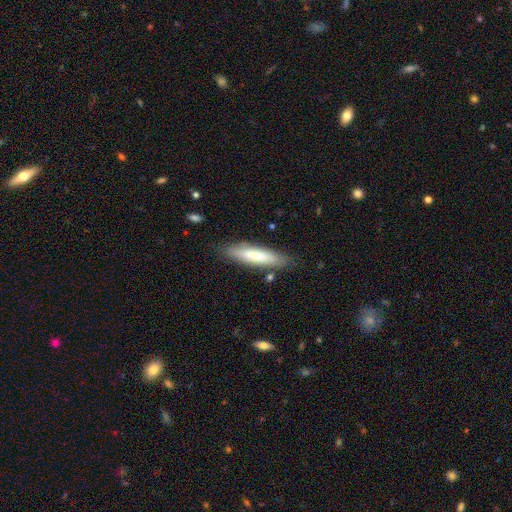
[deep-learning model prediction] Smooth or featured: smooth — 74% (featured or disk — 20%)
How rounded: cigar-shaped — 78% (in between — 20%)
Merging: none — 83% (minor disturbance — 12%)